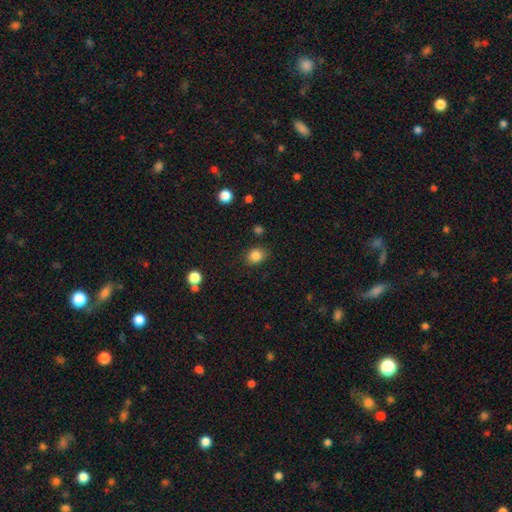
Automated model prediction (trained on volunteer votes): This is clearly a smooth galaxy (84%). How rounded: likely round (67%). Merging: clearly none (84%).